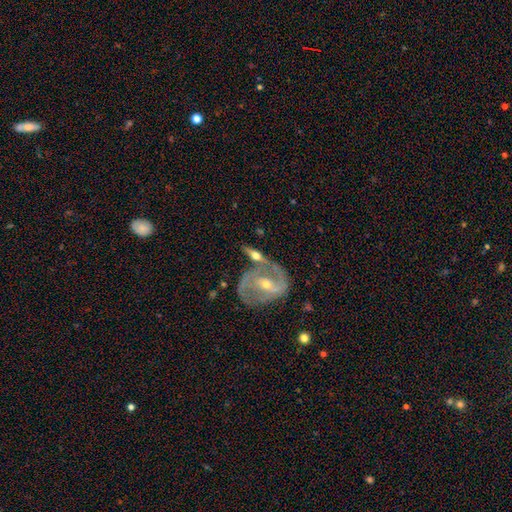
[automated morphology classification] This appears to be a featured or disk galaxy (69%). Merging: none (55%).